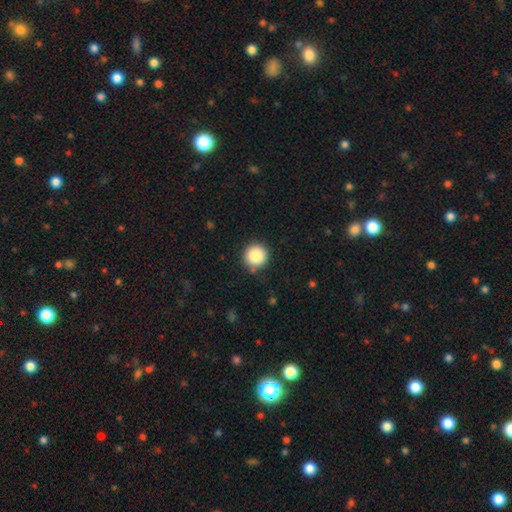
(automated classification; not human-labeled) Q: Smooth or featured?
A: smooth (87%); runner-up: star or artifact (9%)
Q: How rounded?
A: round (96%); runner-up: in between (3%)
Q: Merging?
A: none (87%); runner-up: minor disturbance (8%)